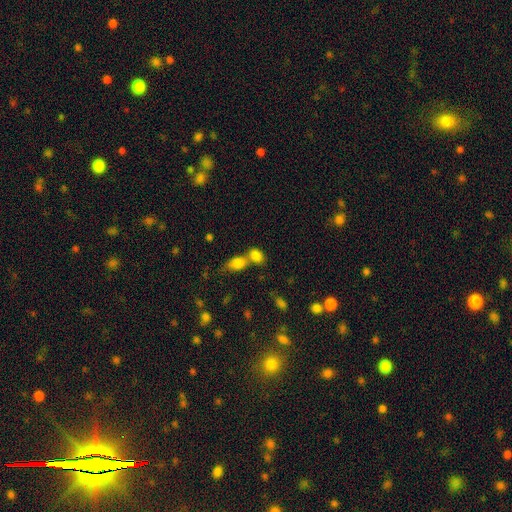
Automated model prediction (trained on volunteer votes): Smooth or featured: smooth — 82% (star or artifact — 10%)
How rounded: in between — 75% (round — 22%)
Merging: merger — 54% (none — 33%)